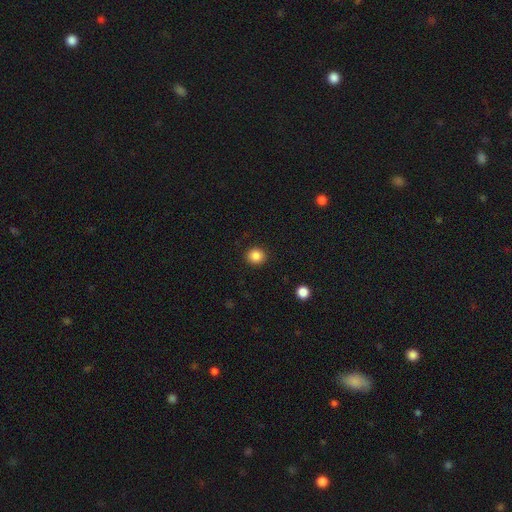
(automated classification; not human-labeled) This is clearly a smooth galaxy (86%). How rounded: clearly round (87%). Merging: clearly none (91%).